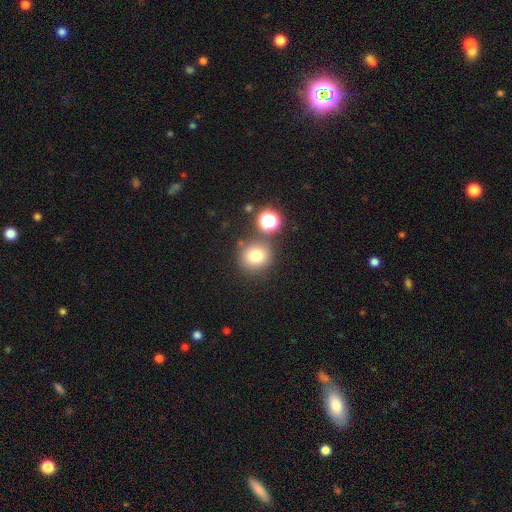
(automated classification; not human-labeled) The model was most divided on "smooth or featured": smooth: 77%, star or artifact: 14%, featured or disk: 8%. More confident: how rounded — round (88%); merging — none (75%).